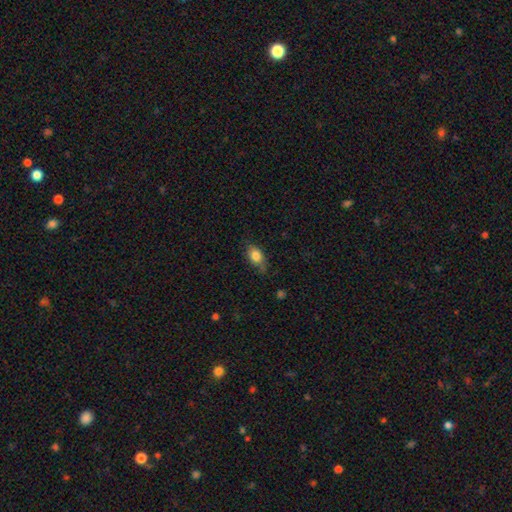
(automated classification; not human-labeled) The model was most divided on "merging": none: 69%, minor disturbance: 24%, major disturbance: 5%, merger: 2%. More confident: smooth or featured — smooth (82%); how rounded — in between (81%).